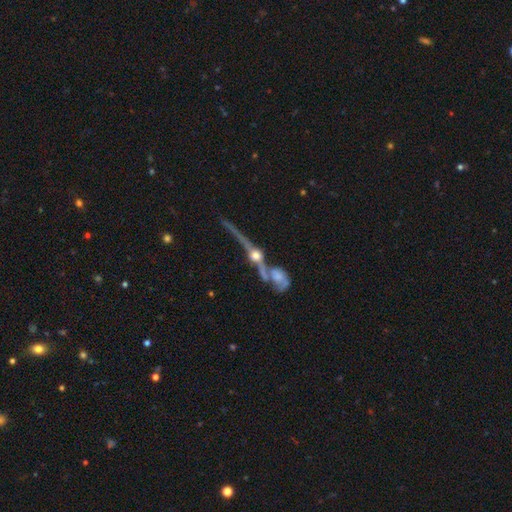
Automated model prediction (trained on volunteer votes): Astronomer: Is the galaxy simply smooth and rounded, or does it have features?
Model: featured or disk — 74%.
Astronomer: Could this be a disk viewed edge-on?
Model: yes — 83%.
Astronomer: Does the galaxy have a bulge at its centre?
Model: rounded — 91%.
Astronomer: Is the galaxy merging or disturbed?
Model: none — 47% (runner-up: merger, 32%).